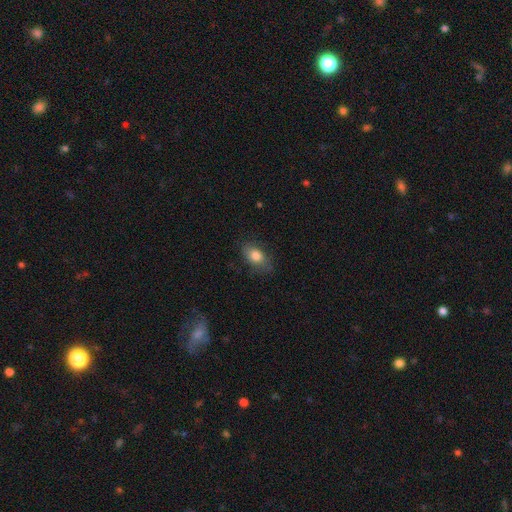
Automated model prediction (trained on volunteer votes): smooth 81%, featured or disk 11%, star or artifact 8%. Down the decision tree: how rounded — in between (84%); merging — none (76%).